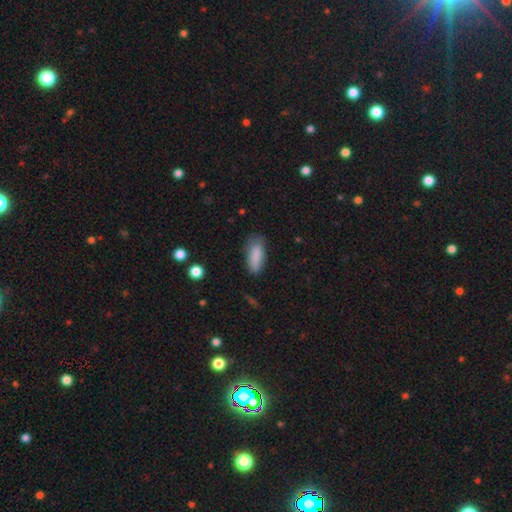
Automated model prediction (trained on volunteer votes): Overall: smooth (86%). How rounded: in between (69%; cigar-shaped 29%). Merging: none (72%).